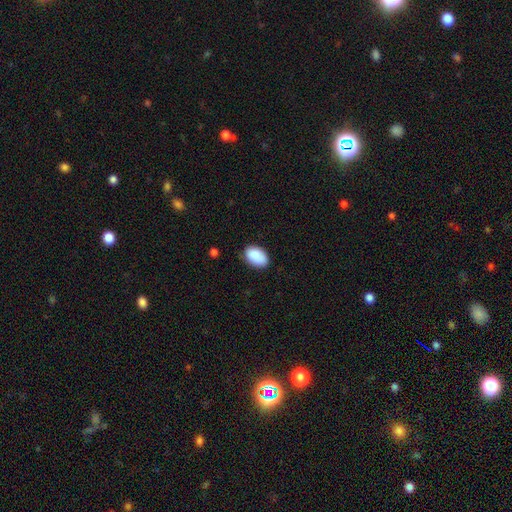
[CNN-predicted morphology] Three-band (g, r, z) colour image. It shows a smooth galaxy with no disk features (89%) that is in between round and cigar-shaped (92%). Merging: none (77%).